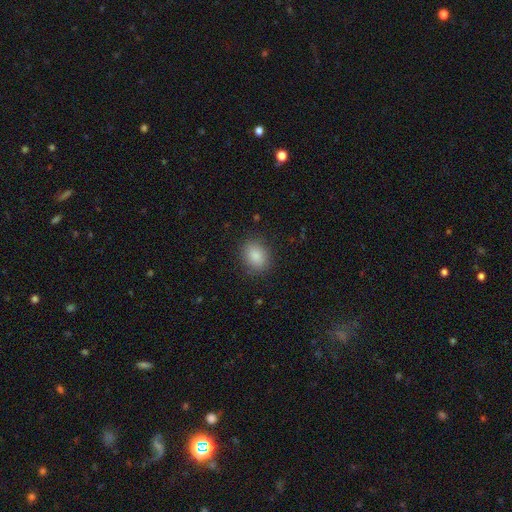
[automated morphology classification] smooth-or-featured: smooth: 87% | star or artifact: 9% | featured or disk: 5%
  how-rounded: in between: 61% | round: 38% | cigar-shaped: 1%
  merging: none: 86% | minor disturbance: 10% | major disturbance: 3% | merger: 1%